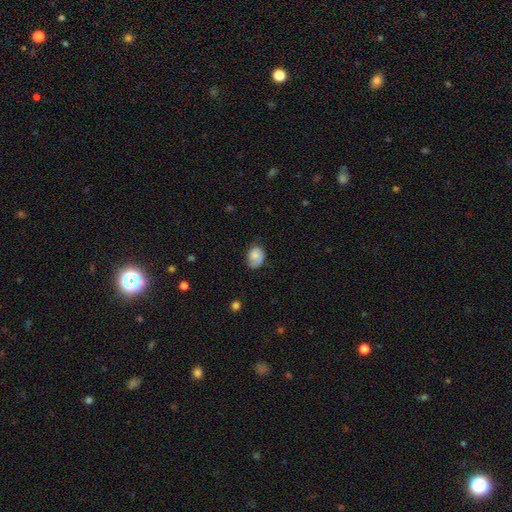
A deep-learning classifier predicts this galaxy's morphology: A smooth galaxy with no disk features (78%) that is in between round and cigar-shaped (63%). Merging: none (57%).